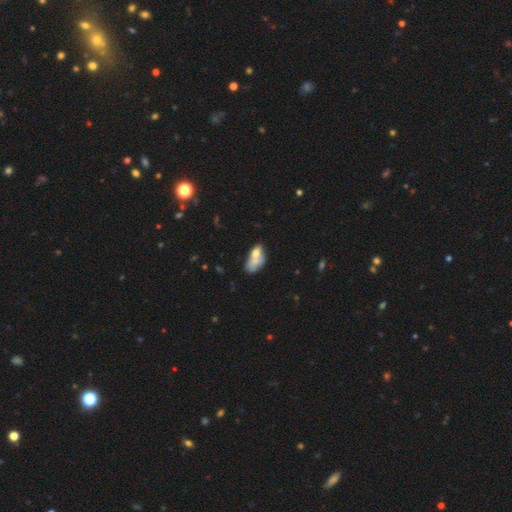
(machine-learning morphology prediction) The model was most divided on "merging": merger: 39%, none: 25%, minor disturbance: 18%, major disturbance: 17%. More confident: how rounded — in between (85%); smooth or featured — smooth (59%).